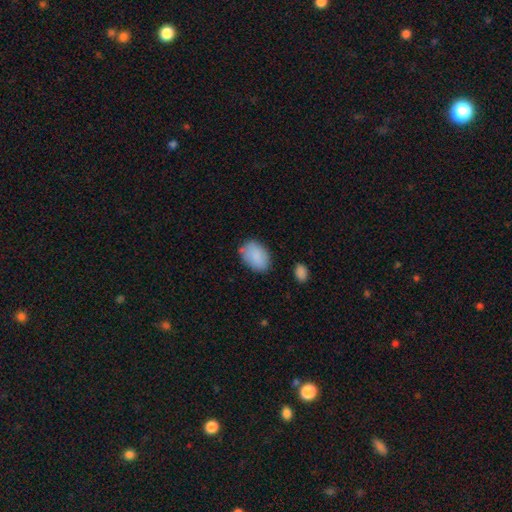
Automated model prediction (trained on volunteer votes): Smooth or featured?
  - smooth: 88% *
  - star or artifact: 6%
  - featured or disk: 6%
How rounded?
  - in between: 87% *
  - round: 12%
  - cigar-shaped: 1%
Merging?
  - none: 74% *
  - minor disturbance: 17%
  - major disturbance: 4%
  - merger: 4%